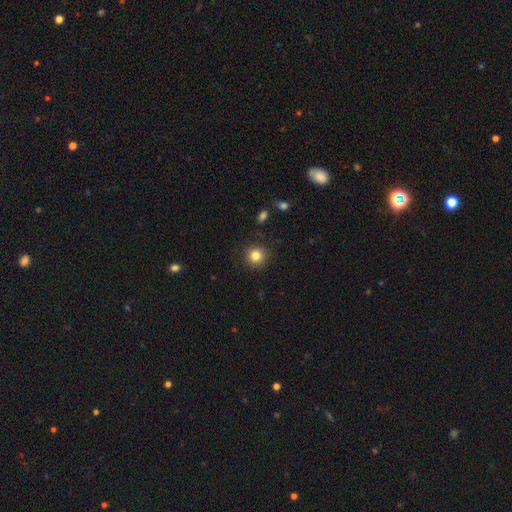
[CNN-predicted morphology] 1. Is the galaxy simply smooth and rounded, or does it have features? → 83% smooth, 11% star or artifact, 6% featured or disk.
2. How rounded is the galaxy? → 93% round, 6% in between, 1% cigar-shaped.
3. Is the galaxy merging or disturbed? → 90% none, 7% minor disturbance, 2% major disturbance, 1% merger.